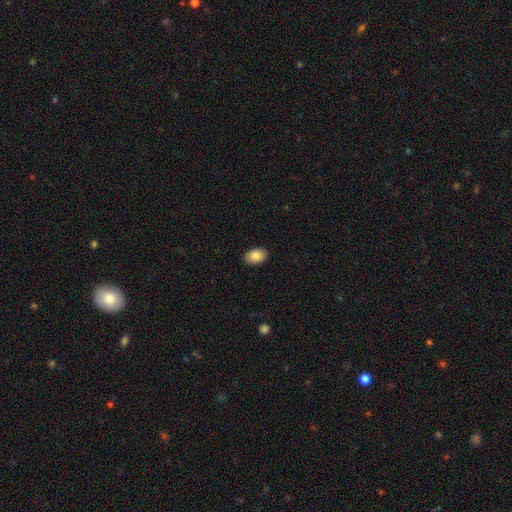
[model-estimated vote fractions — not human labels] A smooth galaxy with no disk features (88%) that is in between round and cigar-shaped (87%). Merging: none (89%).